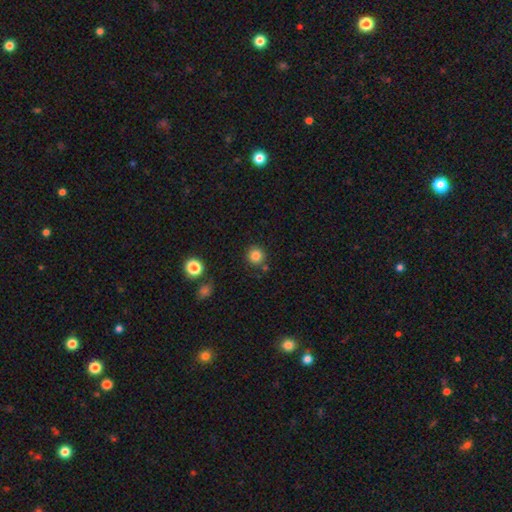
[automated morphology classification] Q: Smooth or featured?
A: smooth (83%); runner-up: star or artifact (12%)
Q: How rounded?
A: round (93%); runner-up: in between (6%)
Q: Merging?
A: none (83%); runner-up: minor disturbance (9%)